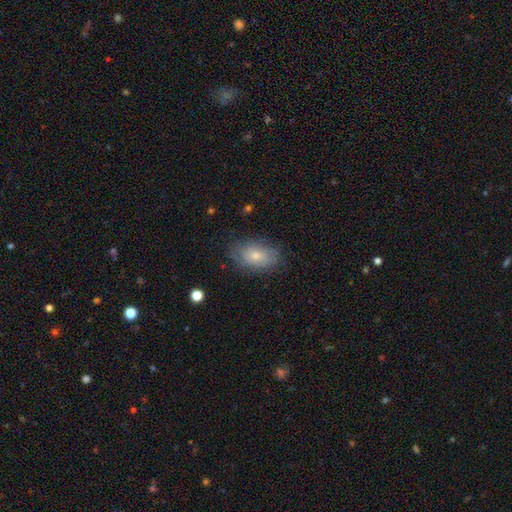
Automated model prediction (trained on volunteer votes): A smooth galaxy with no disk features (67%) that is in between round and cigar-shaped (88%). Merging: none (73%).